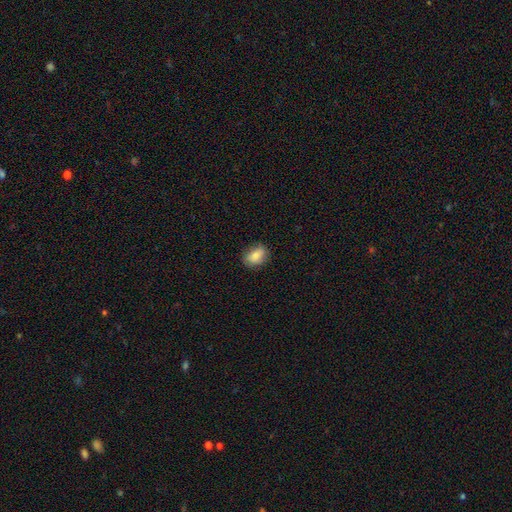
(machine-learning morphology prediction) Overall: smooth (79%). How rounded: in between (73%). Merging: none (81%).